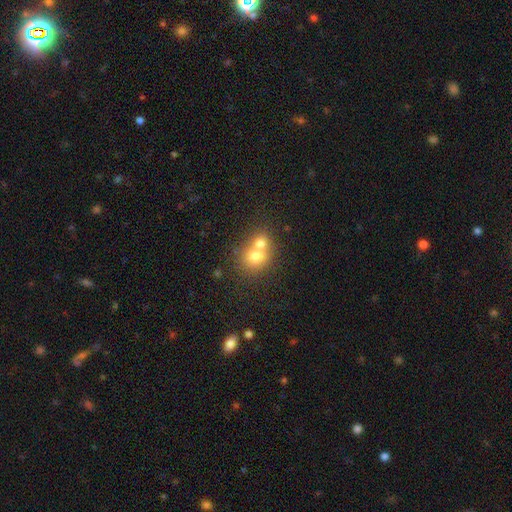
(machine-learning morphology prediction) Smooth or featured?
  - smooth: 71% *
  - featured or disk: 18%
  - star or artifact: 11%
How rounded?
  - round: 73% *
  - in between: 26%
  - cigar-shaped: 1%
Merging?
  - merger: 64% *
  - none: 28%
  - minor disturbance: 6%
  - major disturbance: 3%